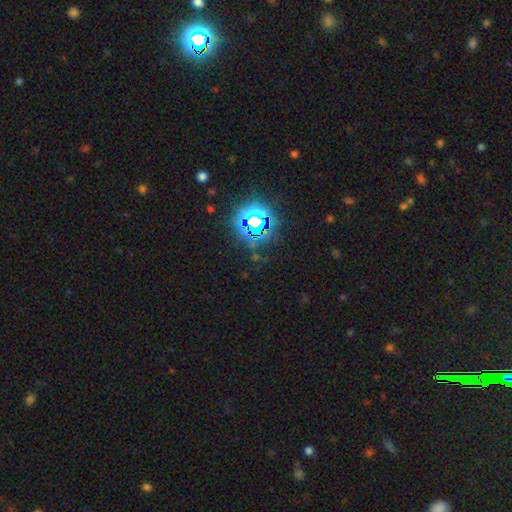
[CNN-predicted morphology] smooth_or_featured: star or artifact (p=0.82) [alt: smooth p=0.11]